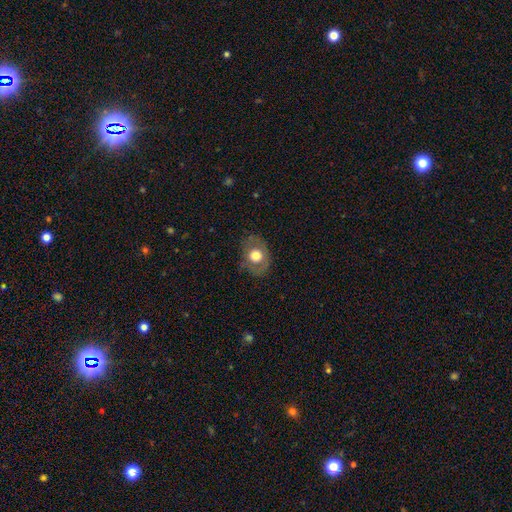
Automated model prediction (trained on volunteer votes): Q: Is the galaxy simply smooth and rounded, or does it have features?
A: smooth — 62%.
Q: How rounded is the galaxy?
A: in between — 51%.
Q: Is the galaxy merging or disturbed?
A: none — 72%.